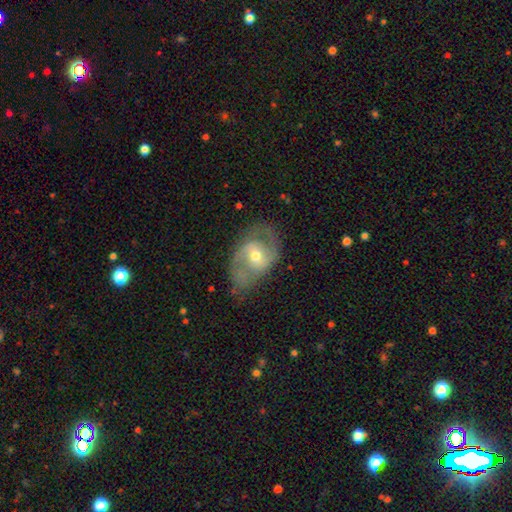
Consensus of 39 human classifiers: A featured or disk galaxy (69%) with a weak bar (54%), 2 (86%) medium (55%) spiral arms (85%) and a moderate central bulge (69%).

Vote fractions:
- Smooth or featured? featured or disk: 69% / smooth: 21% / star or artifact: 10%
- Edge-on disk? no: 96% / yes: 4%
- Bar? weak: 54% / no: 38% / strong: 8%
- Spiral arms? yes: 85% / no: 15%
- Spiral winding? medium: 55% / tight: 23% / loose: 23%
- Spiral arm count? 2: 86% / 1: 5% / 3: 5% / can't tell: 5% / 4: 0% / more than 4: 0%
- Bulge size? moderate: 69% / small: 31% / dominant: 0% / large: 0% / none: 0%
- Merging? none: 51% / minor disturbance: 40% / merger: 6% / major disturbance: 3%